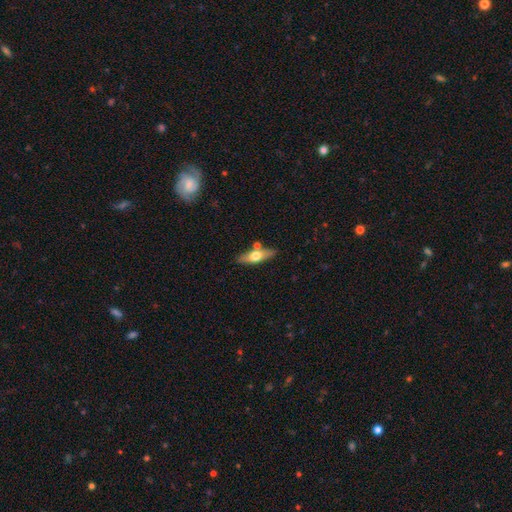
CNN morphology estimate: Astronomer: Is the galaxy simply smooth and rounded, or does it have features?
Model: smooth — 52% (runner-up: featured or disk, 42%).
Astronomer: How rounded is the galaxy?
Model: cigar-shaped — 50% (runner-up: in between, 47%).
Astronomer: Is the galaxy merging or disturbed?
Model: none — 76%.